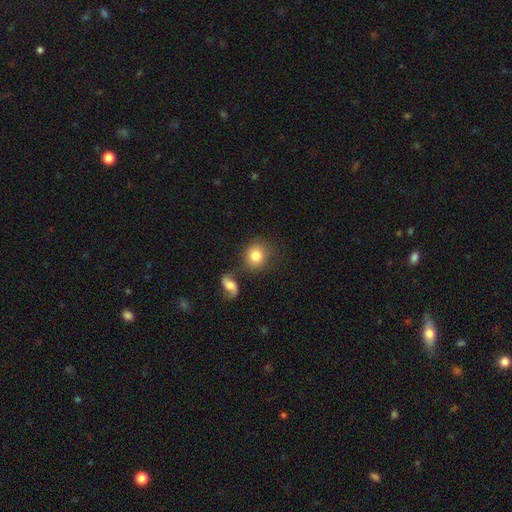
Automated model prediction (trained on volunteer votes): A smooth galaxy with no disk features (80%) that is round (78%). Merging: none (64%).